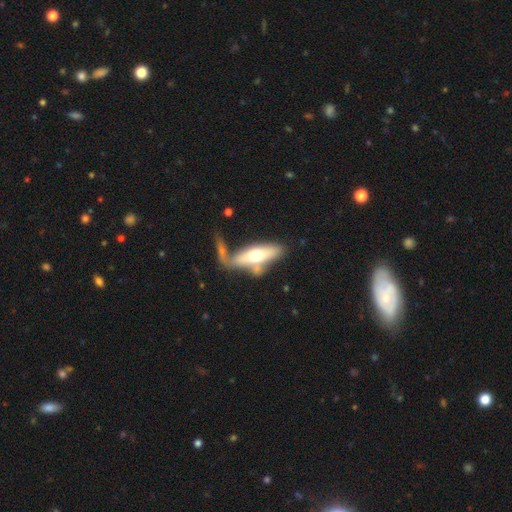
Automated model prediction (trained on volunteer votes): Morphology: type=smooth (51%); roundness=in between (57%); merging=none (35%).